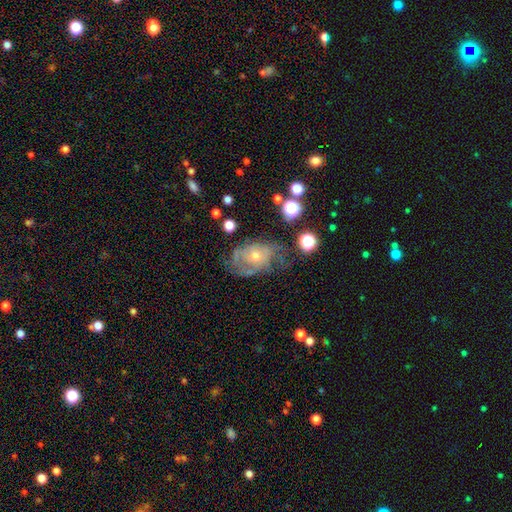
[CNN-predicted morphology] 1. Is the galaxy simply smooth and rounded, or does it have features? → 69% featured or disk, 21% smooth, 10% star or artifact.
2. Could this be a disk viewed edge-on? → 95% no, 5% yes.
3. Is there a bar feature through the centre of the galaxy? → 80% no, 17% weak, 3% strong.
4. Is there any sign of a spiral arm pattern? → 76% yes, 24% no.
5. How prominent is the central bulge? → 54% small, 41% moderate, 2% large, 2% none, 1% dominant.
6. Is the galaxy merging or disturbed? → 53% none, 26% minor disturbance, 18% major disturbance, 3% merger.